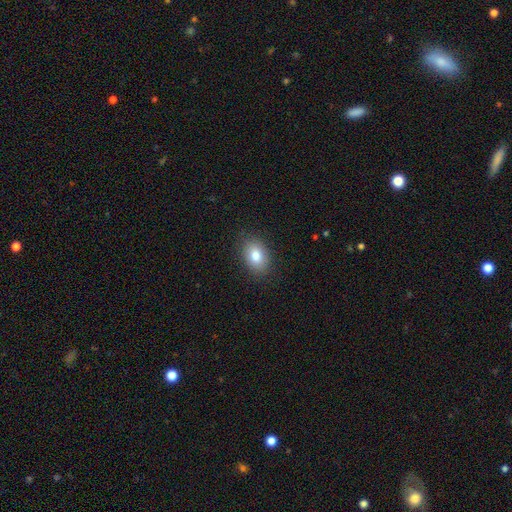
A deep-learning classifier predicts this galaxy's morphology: smooth-or-featured: smooth: 82% | featured or disk: 10% | star or artifact: 9%
  how-rounded: in between: 80% | round: 19% | cigar-shaped: 1%
  merging: none: 87% | minor disturbance: 9% | major disturbance: 3% | merger: 1%